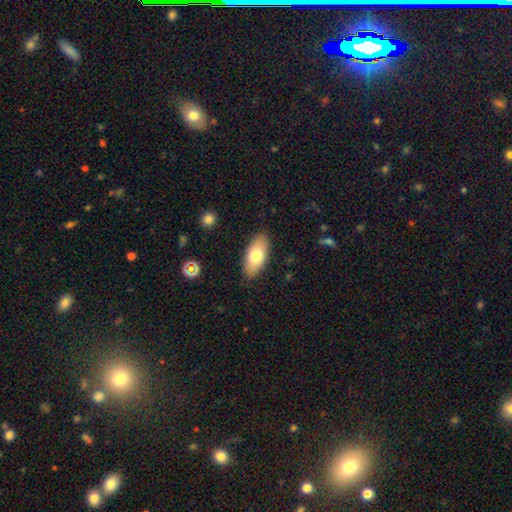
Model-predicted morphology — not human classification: smooth-or-featured: smooth: 73% | featured or disk: 21% | star or artifact: 6%
  how-rounded: in between: 90% | cigar-shaped: 8% | round: 3%
  merging: none: 87% | minor disturbance: 10% | major disturbance: 2% | merger: 1%